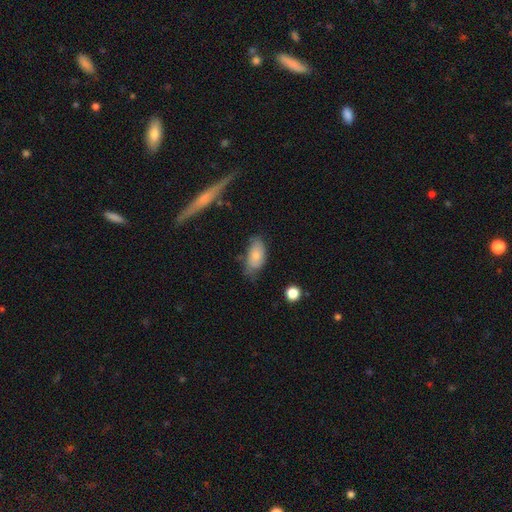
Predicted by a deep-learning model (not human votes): smooth_or_featured: smooth (p=0.71) [alt: featured or disk p=0.22]
how_rounded: in between (p=0.92) [alt: cigar-shaped p=0.04]
merging: none (p=0.49) [alt: minor disturbance p=0.37]